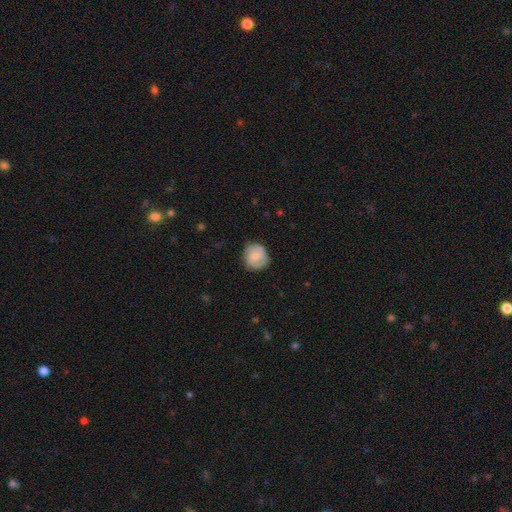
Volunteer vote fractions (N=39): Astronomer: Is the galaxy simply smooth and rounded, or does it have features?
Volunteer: smooth — 49% (runner-up: featured or disk, 44%).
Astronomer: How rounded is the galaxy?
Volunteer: round — 74%.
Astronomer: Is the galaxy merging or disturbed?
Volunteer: none — 92%.